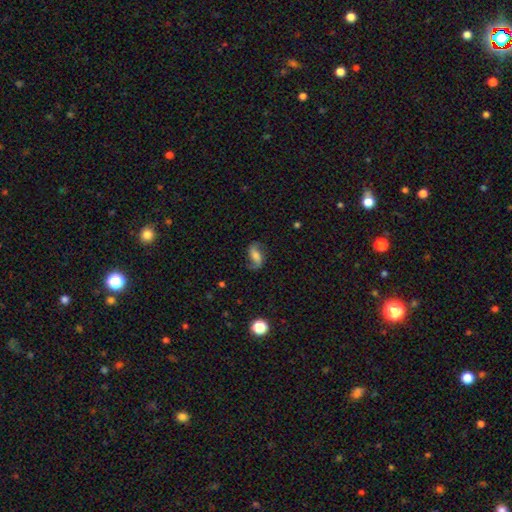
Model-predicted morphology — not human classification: Smooth or featured? Predicted: featured or disk (p=0.63). Edge-on disk? Predicted: no (p=0.94). Bar? Predicted: weak (p=0.38). Spiral arms? Predicted: yes (p=0.92). Spiral winding? Predicted: loose (p=0.68). Spiral arm count? Predicted: 2 (p=0.88). Bulge size? Predicted: moderate (p=0.34). Merging? Predicted: none (p=0.71).